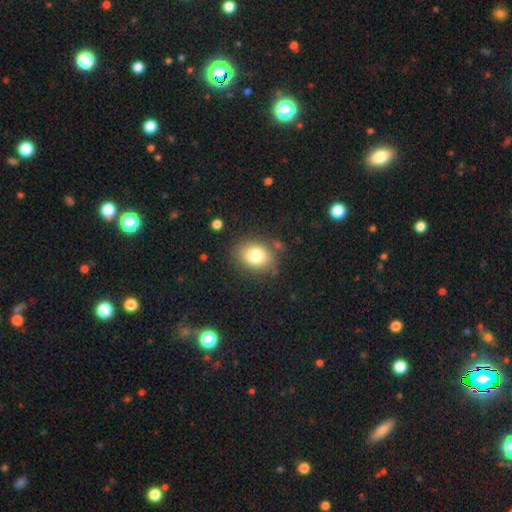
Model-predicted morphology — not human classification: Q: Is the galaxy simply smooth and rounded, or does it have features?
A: smooth — 79%.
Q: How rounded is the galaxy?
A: in between — 54%.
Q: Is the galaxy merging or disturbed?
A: none — 80%.